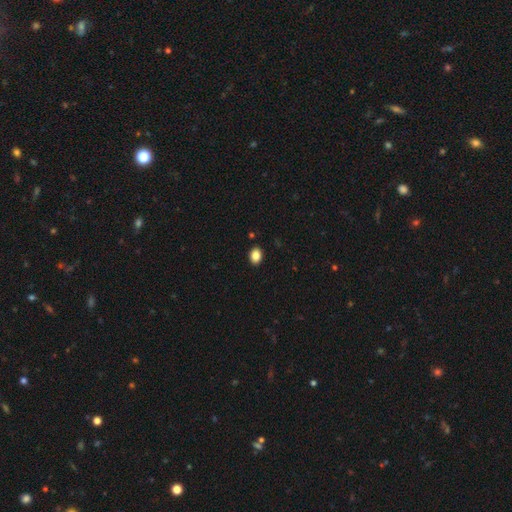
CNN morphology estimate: Smooth or featured?
  - smooth: 87% *
  - star or artifact: 9%
  - featured or disk: 4%
How rounded?
  - in between: 67% *
  - round: 32%
  - cigar-shaped: 1%
Merging?
  - none: 90% *
  - minor disturbance: 7%
  - major disturbance: 2%
  - merger: 1%